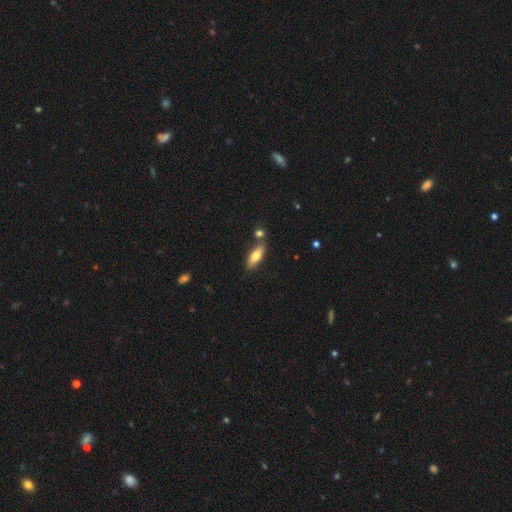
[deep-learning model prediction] This is likely a smooth galaxy (67%). How rounded: possibly in between (57%). Merging: likely none (73%).